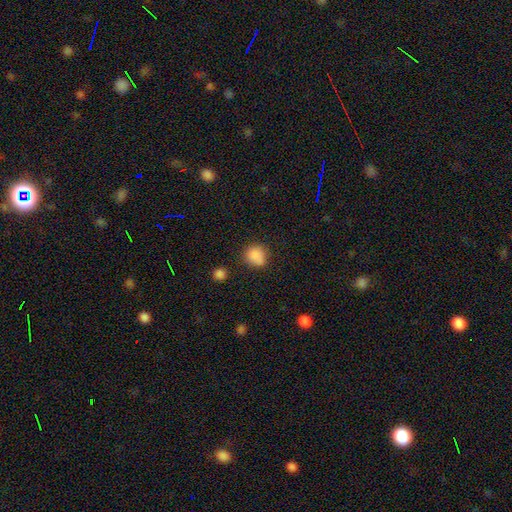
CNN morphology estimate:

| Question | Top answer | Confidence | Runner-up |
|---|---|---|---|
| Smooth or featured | smooth | 86% | star or artifact (10%) |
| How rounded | round | 74% | in between (25%) |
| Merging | none | 75% | minor disturbance (17%) |